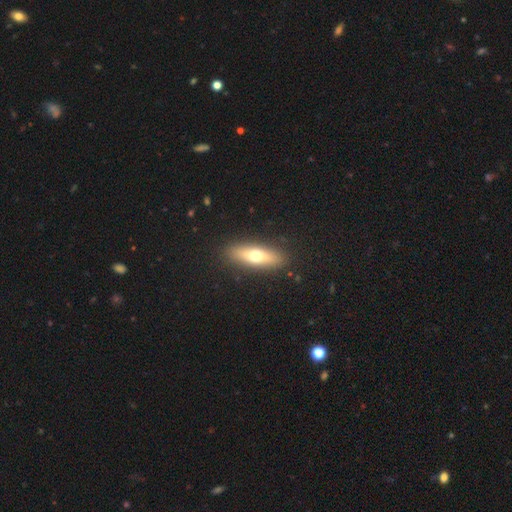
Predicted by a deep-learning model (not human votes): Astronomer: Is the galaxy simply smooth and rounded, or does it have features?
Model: smooth — 61%.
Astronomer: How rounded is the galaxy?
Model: cigar-shaped — 53% (runner-up: in between, 44%).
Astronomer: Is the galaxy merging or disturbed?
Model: none — 89%.